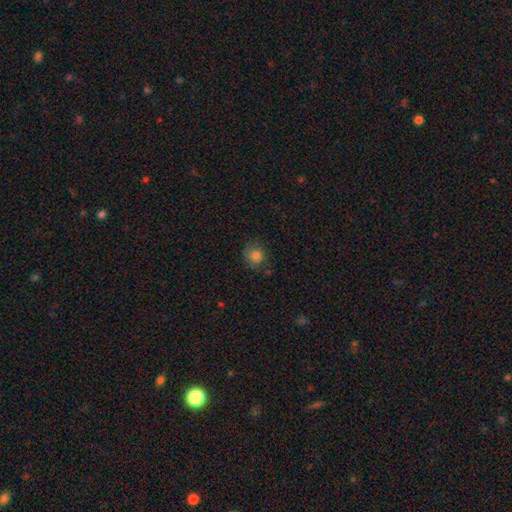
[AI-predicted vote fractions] smooth_or_featured: smooth (p=0.82) [alt: star or artifact p=0.11]
how_rounded: round (p=0.82) [alt: in between p=0.17]
merging: none (p=0.72) [alt: minor disturbance p=0.20]